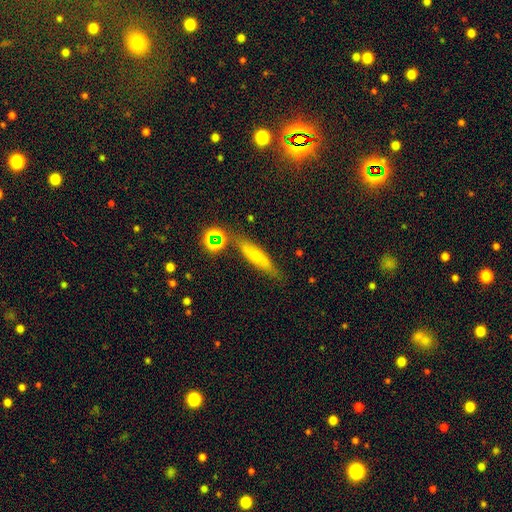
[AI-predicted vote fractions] A smooth galaxy with no disk features (55%) that is cigar-shaped (69%). Merging: none (70%).